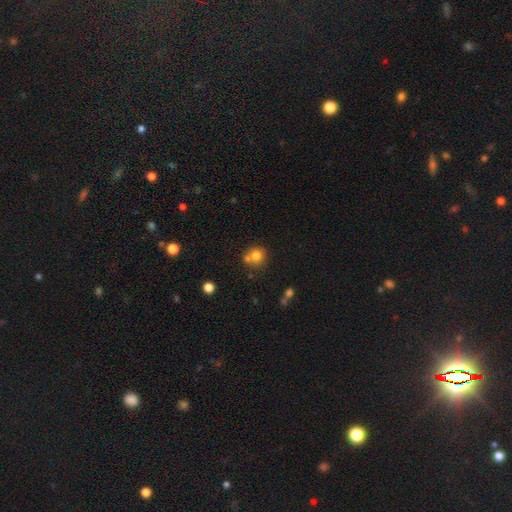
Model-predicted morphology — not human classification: Q: Smooth or featured?
A: smooth (77%); runner-up: star or artifact (12%)
Q: How rounded?
A: round (86%); runner-up: in between (13%)
Q: Merging?
A: none (57%); runner-up: merger (29%)